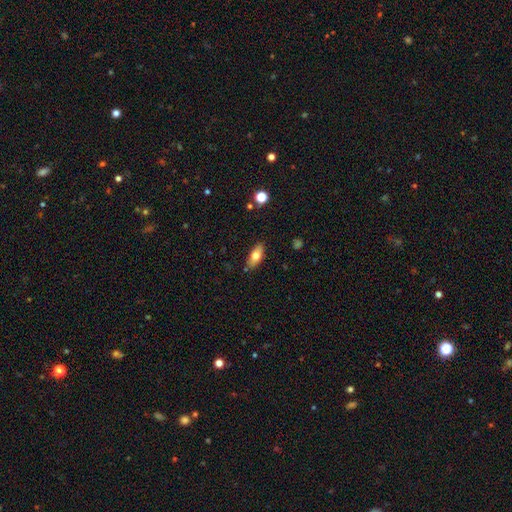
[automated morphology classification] A smooth galaxy with no disk features (72%) that is in between round and cigar-shaped (80%). Merging: none (84%).